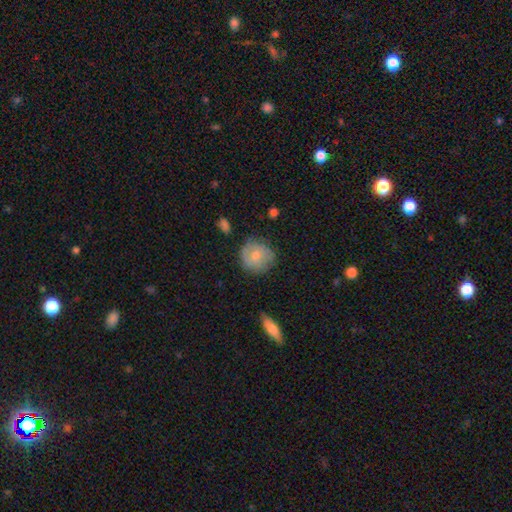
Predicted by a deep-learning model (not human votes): Morphology: type=smooth (71%); roundness=round (88%); merging=none (73%).